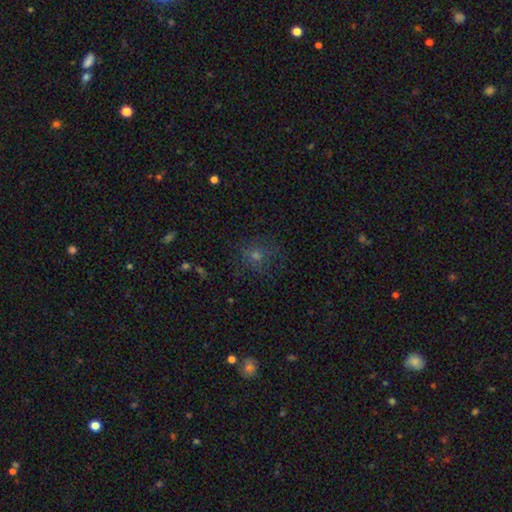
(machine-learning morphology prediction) A smooth galaxy with no disk features (43%). Merging: none (82%).